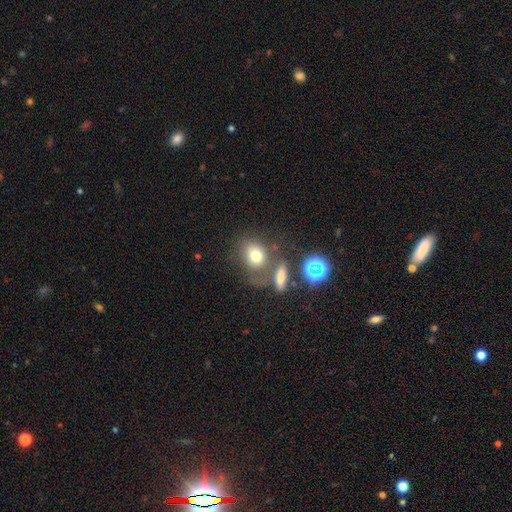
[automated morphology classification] Smooth or featured? Predicted: star or artifact (p=0.60).